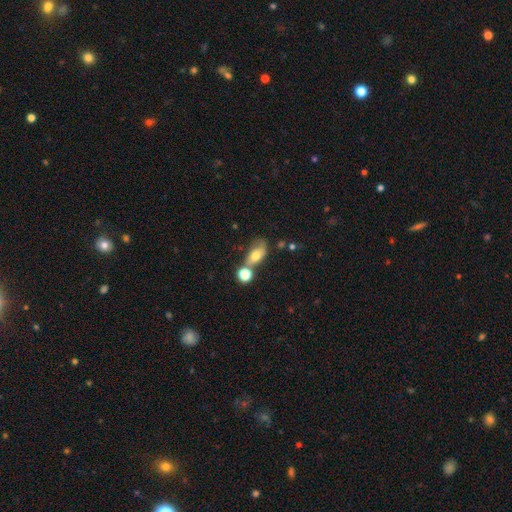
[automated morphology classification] smooth-or-featured: smooth: 66% | featured or disk: 22% | star or artifact: 11%
  how-rounded: in between: 77% | round: 14% | cigar-shaped: 9%
  merging: none: 41% | merger: 29% | minor disturbance: 19% | major disturbance: 11%